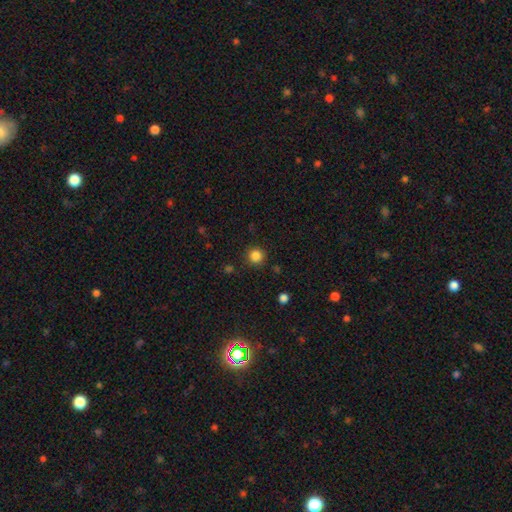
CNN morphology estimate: A smooth galaxy with no disk features (84%) that is round (95%). Merging: none (89%).